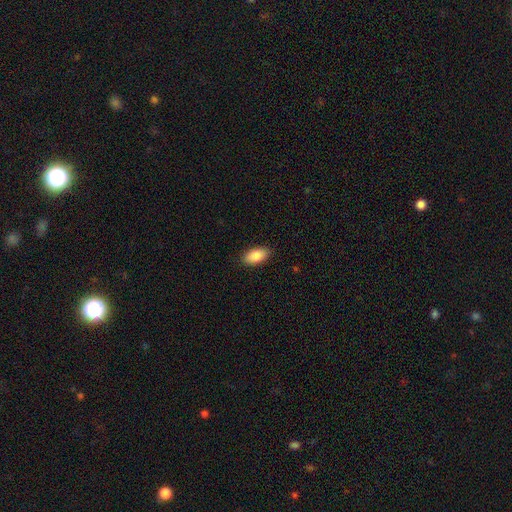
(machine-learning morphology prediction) Smooth or featured? Predicted: smooth (p=0.88). How rounded? Predicted: in between (p=0.94). Merging? Predicted: none (p=0.89).